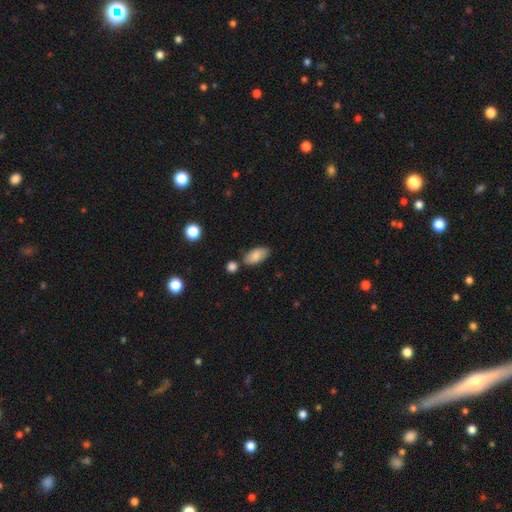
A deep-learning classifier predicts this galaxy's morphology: This is clearly a smooth galaxy (84%). How rounded: clearly in between (92%). Merging: likely none (73%).